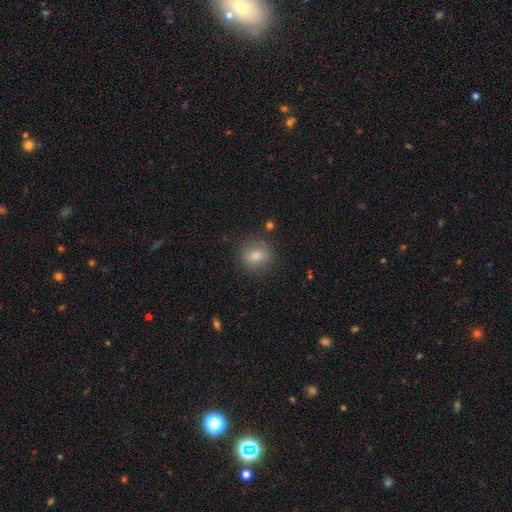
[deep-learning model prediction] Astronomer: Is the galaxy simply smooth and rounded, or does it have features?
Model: smooth — 78%.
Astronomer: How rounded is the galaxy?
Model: round — 72%.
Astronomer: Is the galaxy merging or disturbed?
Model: none — 85%.